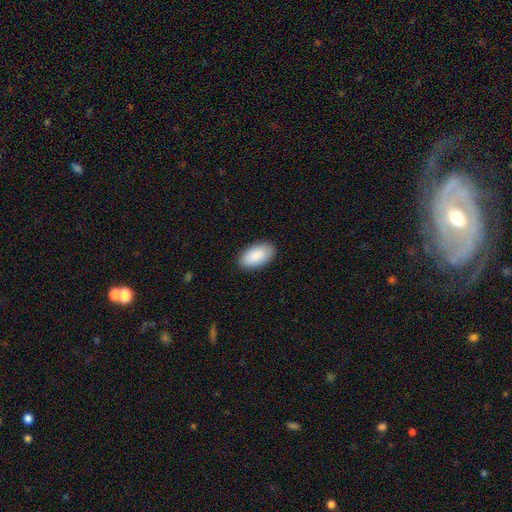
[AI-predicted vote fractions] This appears to be a smooth galaxy with no disk features (90%) that is in between round and cigar-shaped (96%). Merging: none (88%).